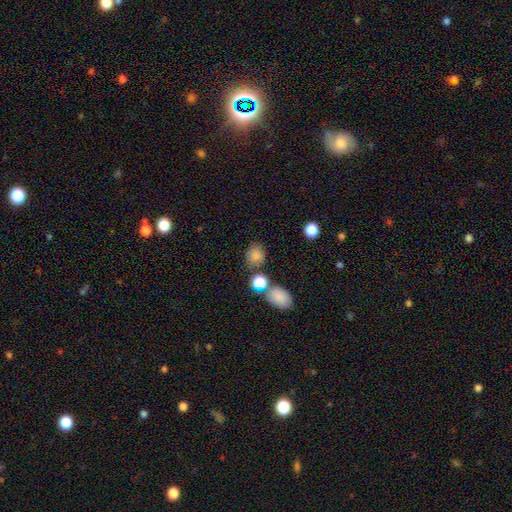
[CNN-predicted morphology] Overall: smooth (83%). How rounded: round (59%; in between 40%). Merging: none (69%).